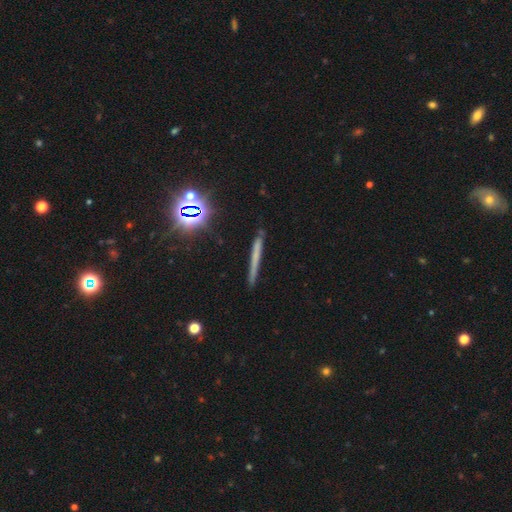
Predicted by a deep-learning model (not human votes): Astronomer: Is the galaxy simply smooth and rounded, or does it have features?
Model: smooth — 47% (runner-up: featured or disk, 34%).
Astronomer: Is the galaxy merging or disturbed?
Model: none — 84%.